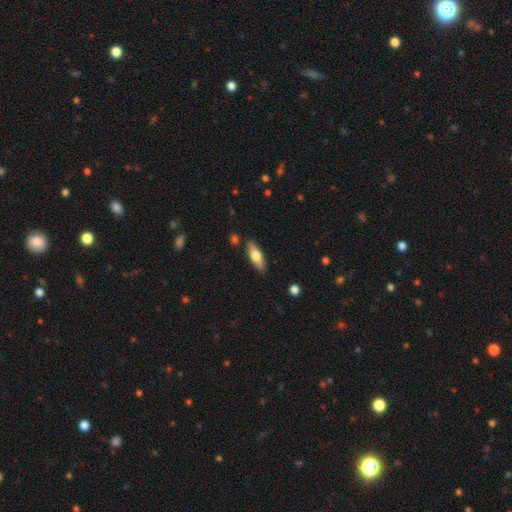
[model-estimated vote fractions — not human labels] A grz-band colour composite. It shows a smooth galaxy with no disk features (63%) that is in between round and cigar-shaped (56%). Merging: none (86%).